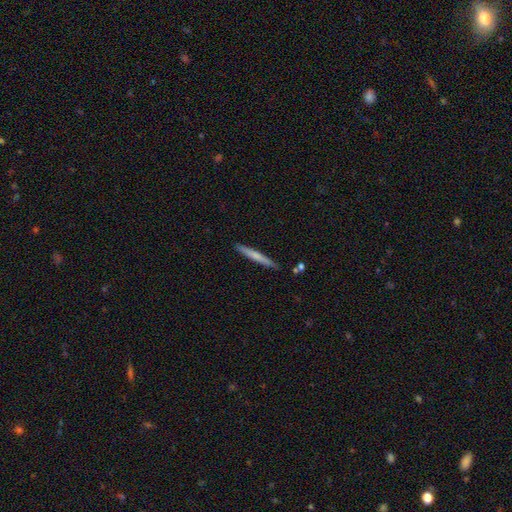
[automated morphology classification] Smooth or featured?
  - smooth: 63% *
  - featured or disk: 32%
  - star or artifact: 6%
How rounded?
  - cigar-shaped: 96% *
  - in between: 2%
  - round: 1%
Merging?
  - none: 88% *
  - minor disturbance: 9%
  - merger: 2%
  - major disturbance: 2%